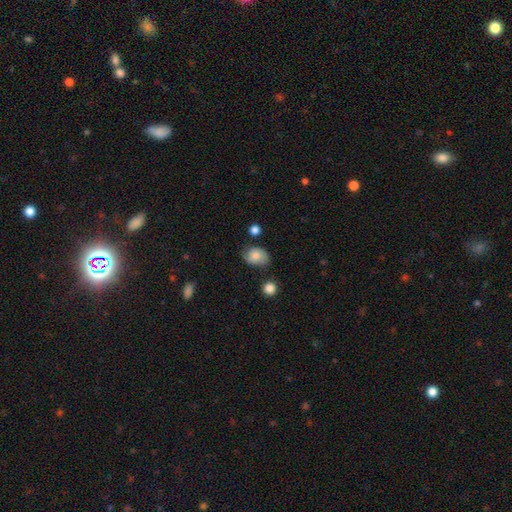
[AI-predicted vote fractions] A smooth galaxy with no disk features (73%) that is in between round and cigar-shaped (67%). Merging: none (63%).